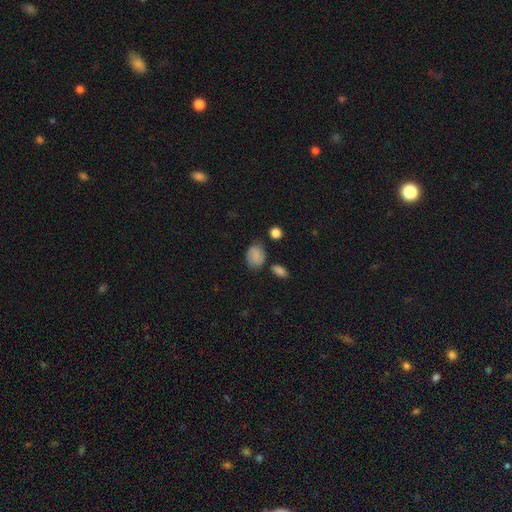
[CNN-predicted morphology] The model was most divided on "how rounded": in between: 68%, round: 31%, cigar-shaped: 1%. More confident: smooth or featured — smooth (73%); merging — none (68%).